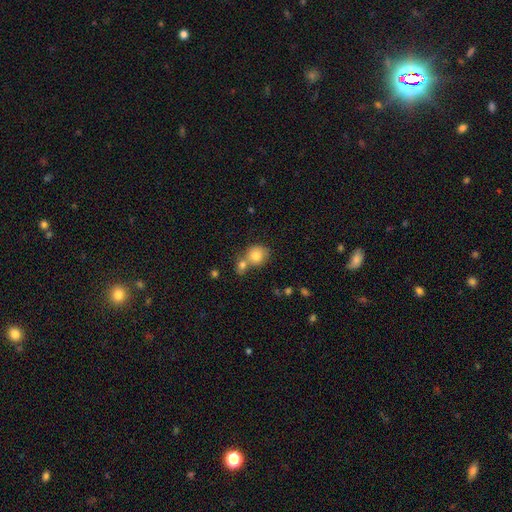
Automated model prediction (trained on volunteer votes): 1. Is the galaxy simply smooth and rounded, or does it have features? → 80% smooth, 10% featured or disk, 10% star or artifact.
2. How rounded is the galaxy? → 77% round, 22% in between, 1% cigar-shaped.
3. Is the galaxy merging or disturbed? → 44% none, 43% merger, 10% minor disturbance, 3% major disturbance.